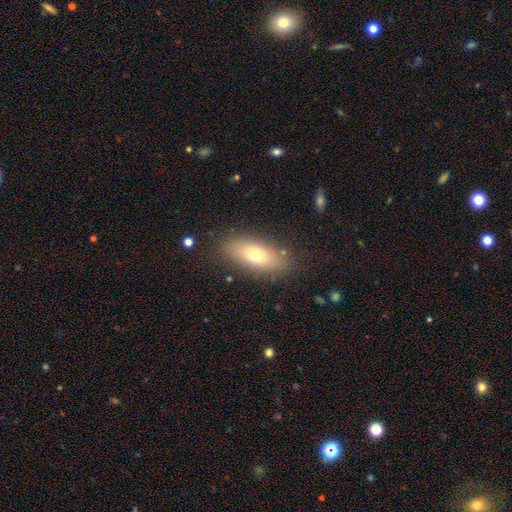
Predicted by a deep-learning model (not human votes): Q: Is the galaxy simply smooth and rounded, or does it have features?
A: smooth — 68%.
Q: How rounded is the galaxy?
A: in between — 78%.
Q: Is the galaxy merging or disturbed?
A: none — 83%.